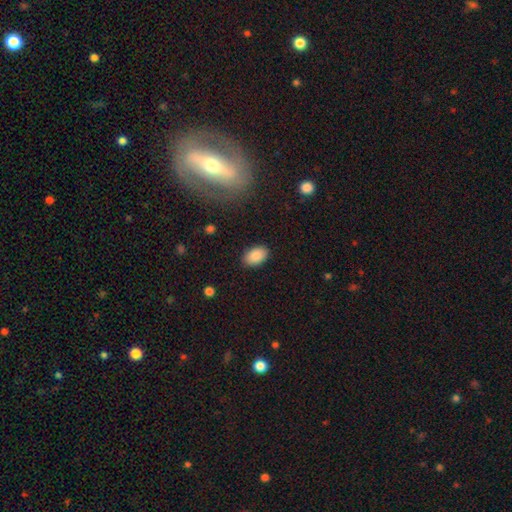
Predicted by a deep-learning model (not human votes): Morphology: type=smooth (89%); roundness=in between (91%); merging=none (88%).